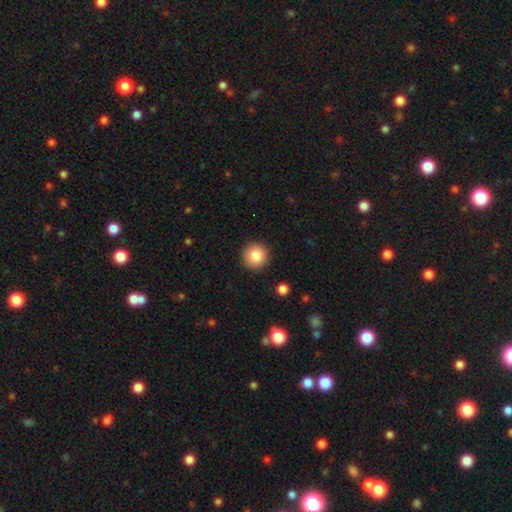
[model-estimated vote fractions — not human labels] A smooth galaxy with no disk features (85%) that is round (95%).

Vote fractions:
- Smooth or featured? smooth: 85% / star or artifact: 9% / featured or disk: 7%
- How rounded? round: 95% / in between: 4% / cigar-shaped: 1%
- Merging? none: 92% / minor disturbance: 5% / major disturbance: 2% / merger: 1%